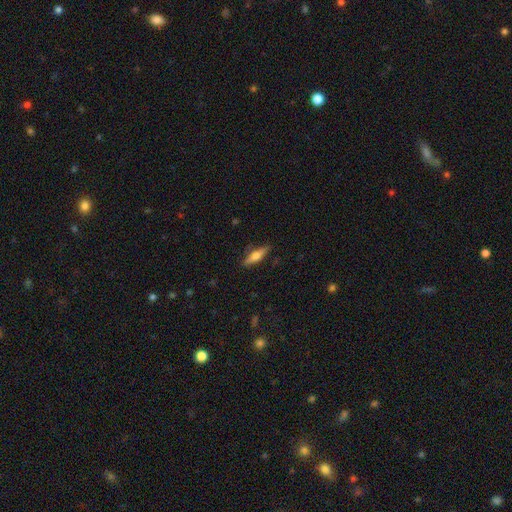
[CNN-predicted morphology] Q: Smooth or featured?
A: featured or disk (48%); runner-up: smooth (46%)
Q: Merging?
A: none (85%); runner-up: minor disturbance (11%)